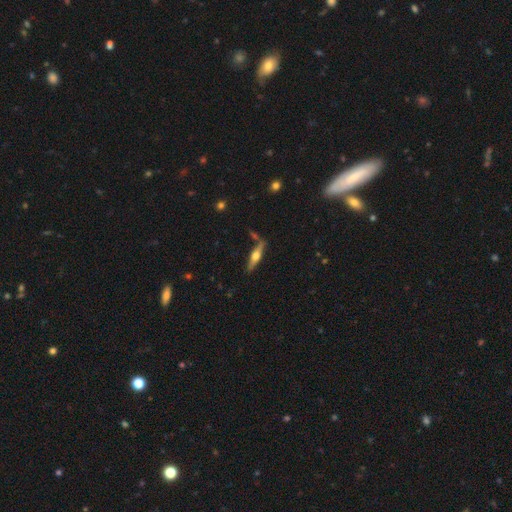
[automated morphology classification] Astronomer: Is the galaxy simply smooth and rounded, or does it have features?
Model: featured or disk — 67%.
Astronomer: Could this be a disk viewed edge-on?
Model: yes — 96%.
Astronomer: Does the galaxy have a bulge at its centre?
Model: rounded — 93%.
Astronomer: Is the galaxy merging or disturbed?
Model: none — 78%.